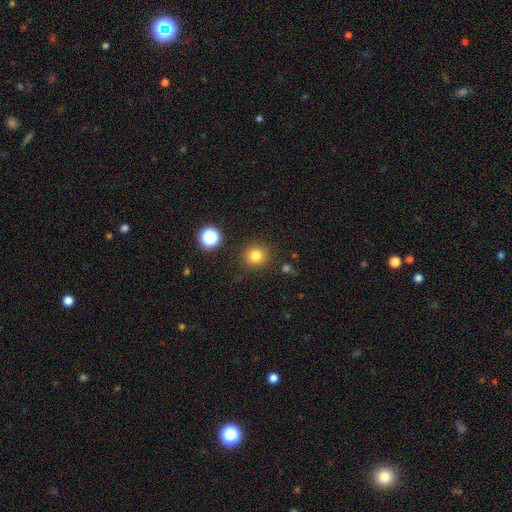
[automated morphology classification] This appears to be a smooth galaxy with no disk features (80%) that is round (90%). Merging: none (87%).